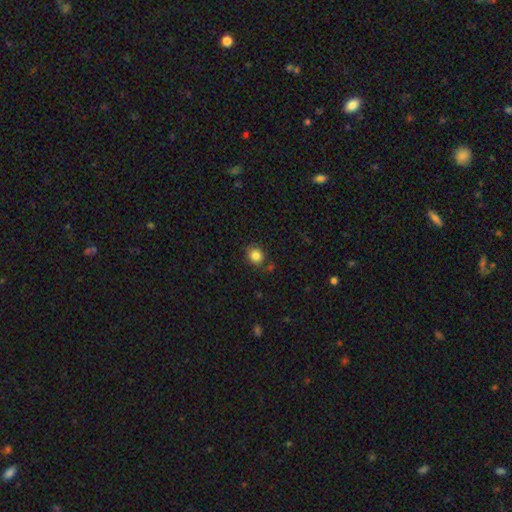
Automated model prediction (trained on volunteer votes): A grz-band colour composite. It shows a smooth galaxy with no disk features (84%) that is round (68%). Merging: none (81%).